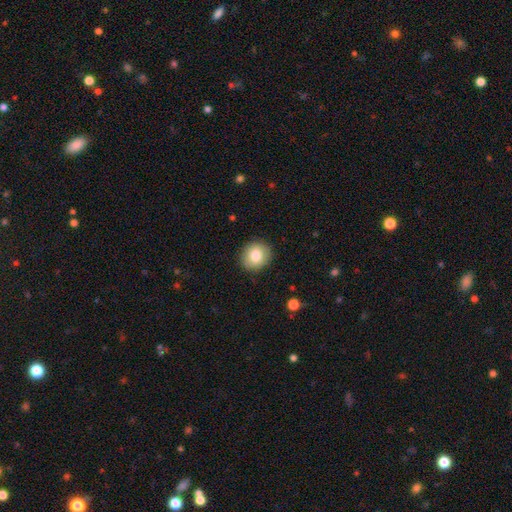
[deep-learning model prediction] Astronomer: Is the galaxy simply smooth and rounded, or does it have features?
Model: smooth — 82%.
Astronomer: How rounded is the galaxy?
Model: round — 83%.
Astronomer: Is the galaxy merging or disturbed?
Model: none — 90%.